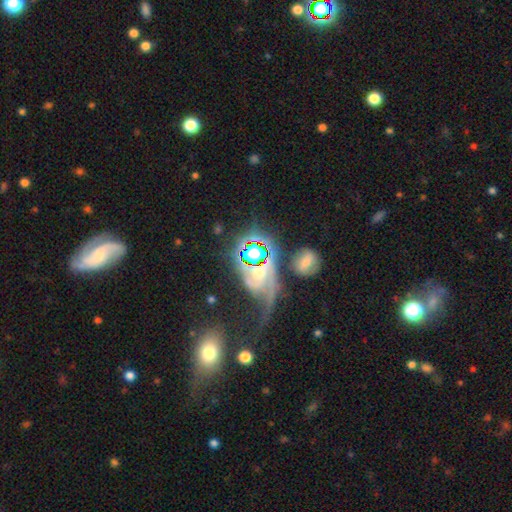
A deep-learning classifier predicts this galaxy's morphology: Smooth or featured?
  - featured or disk: 50% *
  - star or artifact: 34%
  - smooth: 16%
Merging?
  - none: 38% *
  - major disturbance: 28%
  - minor disturbance: 18%
  - merger: 16%